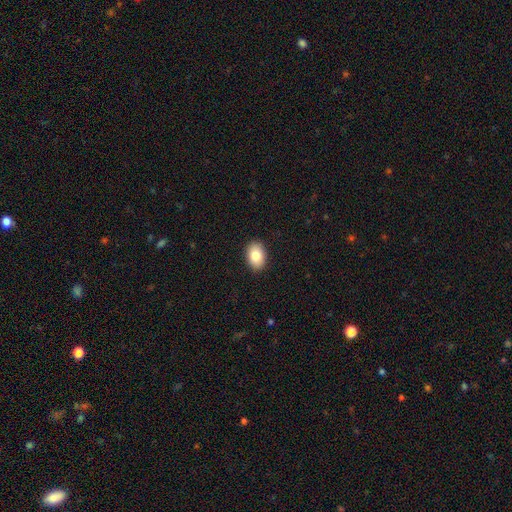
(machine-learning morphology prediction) Smooth or featured: smooth — 82% (featured or disk — 10%)
How rounded: in between — 83% (round — 16%)
Merging: none — 90% (minor disturbance — 7%)